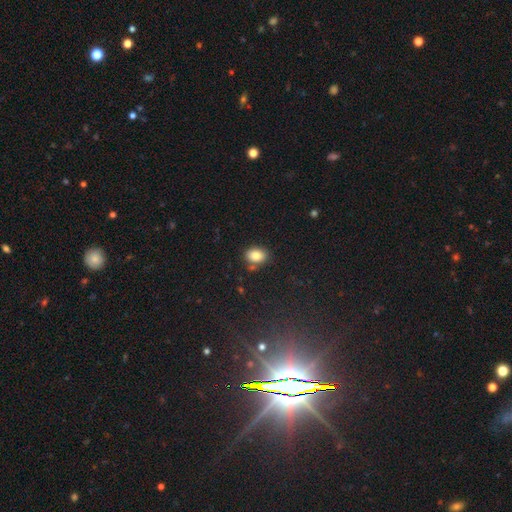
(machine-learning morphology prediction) This appears to be a smooth galaxy with no disk features (84%) that is in between round and cigar-shaped (71%). Merging: none (76%).